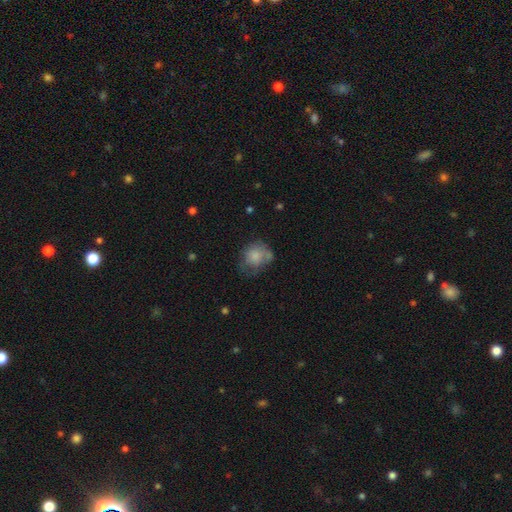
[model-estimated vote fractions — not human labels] This is likely a smooth galaxy (74%). How rounded: likely round (68%). Merging: marginally none (40%).